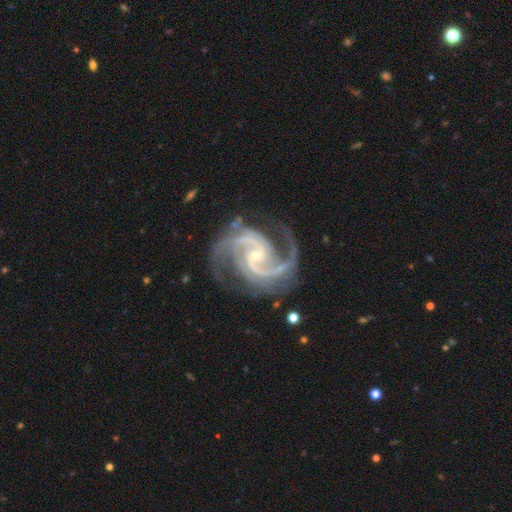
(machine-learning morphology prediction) A featured or disk galaxy (94%) with no bar (51%), 2 (70%) medium (63%) spiral arms (99%) and a small central bulge (75%).

Vote fractions:
- Smooth or featured? featured or disk: 94% / star or artifact: 4% / smooth: 2%
- Edge-on disk? no: 98% / yes: 2%
- Bar? no: 51% / weak: 36% / strong: 13%
- Spiral arms? yes: 99% / no: 1%
- Spiral winding? medium: 63% / tight: 26% / loose: 12%
- Spiral arm count? 2: 70% / 3: 16% / can't tell: 4% / 4: 4% / 1: 3% / more than 4: 3%
- Bulge size? small: 75% / moderate: 21% / none: 2% / large: 1% / dominant: 1%
- Merging? none: 71% / minor disturbance: 18% / major disturbance: 9% / merger: 2%